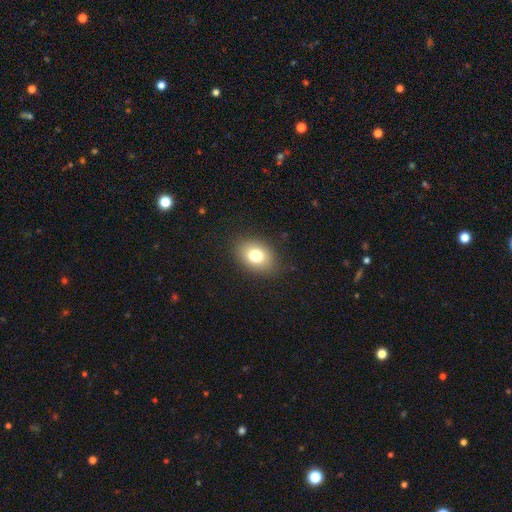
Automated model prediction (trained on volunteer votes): smooth-or-featured: smooth: 78% | featured or disk: 11% | star or artifact: 11%
  how-rounded: in between: 68% | round: 30% | cigar-shaped: 1%
  merging: none: 85% | minor disturbance: 10% | major disturbance: 3% | merger: 1%